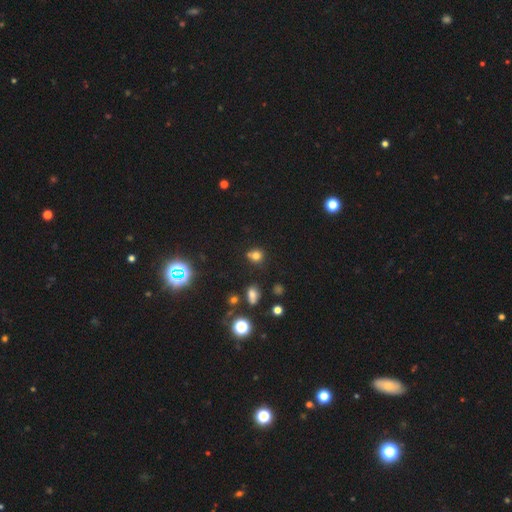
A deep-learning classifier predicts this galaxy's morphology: smooth 70%, star or artifact 22%, featured or disk 8%. Down the decision tree: how rounded — round (78%); merging — none (64%).